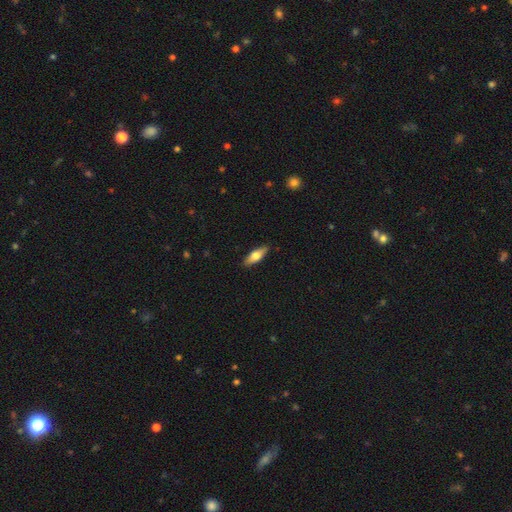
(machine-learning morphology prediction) Q: Smooth or featured?
A: smooth (59%); runner-up: featured or disk (35%)
Q: How rounded?
A: in between (55%); runner-up: cigar-shaped (42%)
Q: Merging?
A: none (89%); runner-up: minor disturbance (8%)